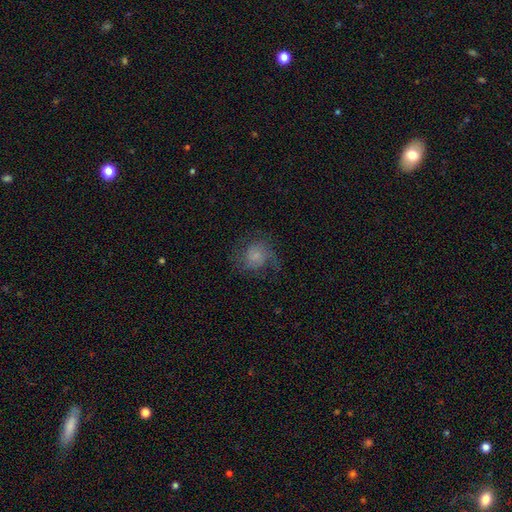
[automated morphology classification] A smooth galaxy with no disk features (51%) that is round (79%).

Vote fractions:
- Smooth or featured? smooth: 51% / featured or disk: 38% / star or artifact: 11%
- How rounded? round: 79% / in between: 20% / cigar-shaped: 1%
- Merging? none: 61% / minor disturbance: 20% / major disturbance: 17% / merger: 1%